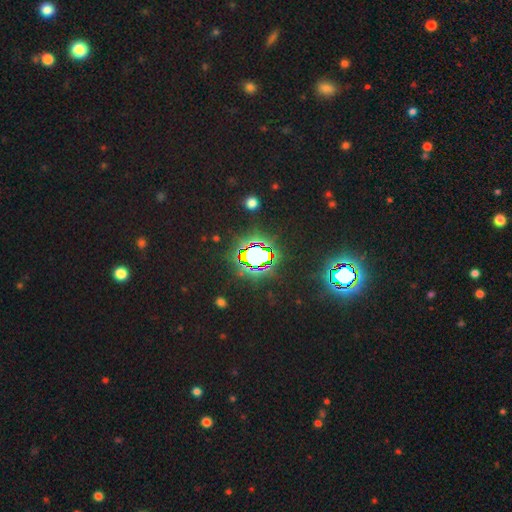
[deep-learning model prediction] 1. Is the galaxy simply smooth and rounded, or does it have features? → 76% star or artifact, 14% smooth, 10% featured or disk.